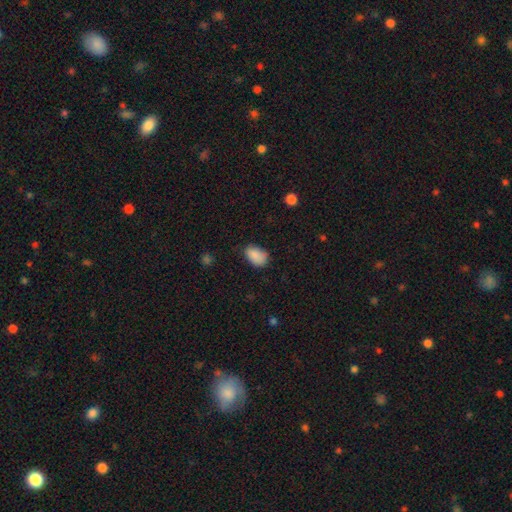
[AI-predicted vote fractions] A smooth galaxy with no disk features (88%) that is in between round and cigar-shaped (89%).

Vote fractions:
- Smooth or featured? smooth: 88% / star or artifact: 8% / featured or disk: 4%
- How rounded? in between: 89% / round: 10% / cigar-shaped: 1%
- Merging? none: 69% / minor disturbance: 25% / major disturbance: 5% / merger: 2%